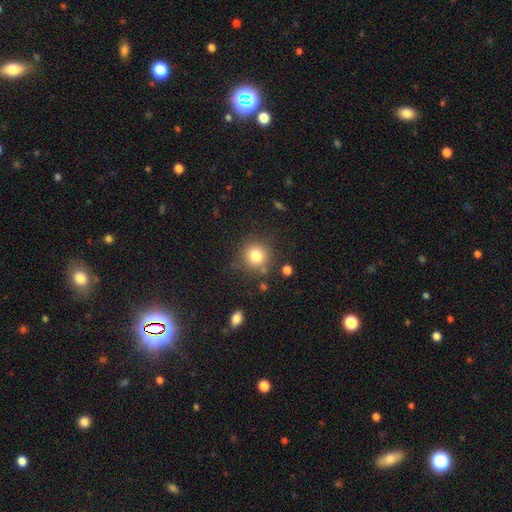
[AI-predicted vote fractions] Morphology: type=smooth (79%); roundness=round (92%); merging=none (81%).